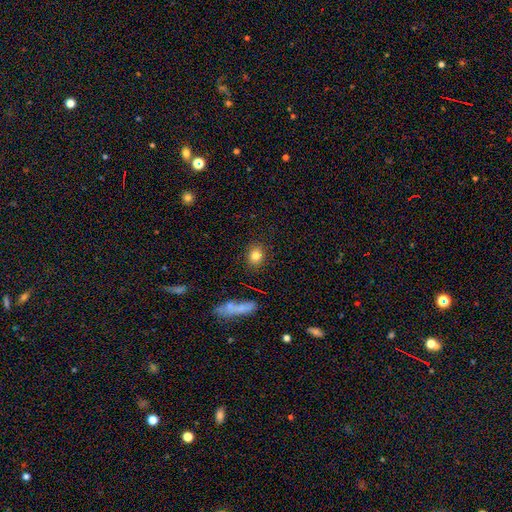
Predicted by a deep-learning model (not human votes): Morphology: type=smooth (81%); roundness=round (67%); merging=none (87%).